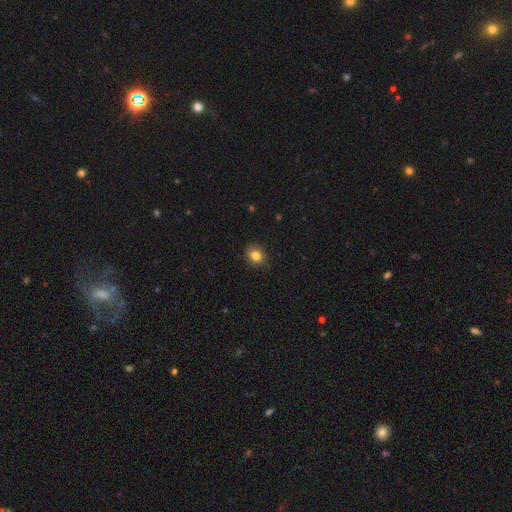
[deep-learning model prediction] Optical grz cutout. It shows a smooth galaxy with no disk features (83%) that is round (61%). Merging: none (82%).